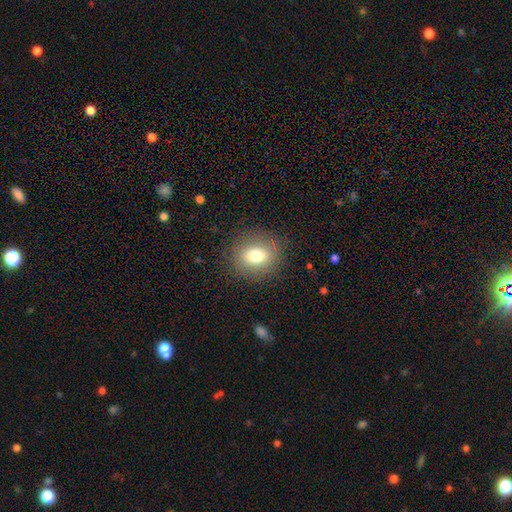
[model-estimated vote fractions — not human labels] Morphology: type=smooth (76%); roundness=round (60%); merging=none (86%).